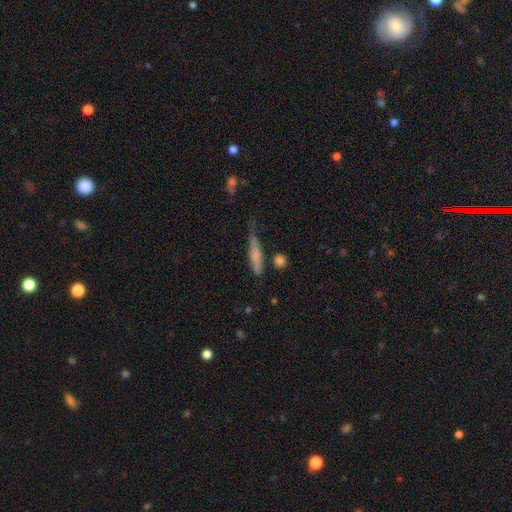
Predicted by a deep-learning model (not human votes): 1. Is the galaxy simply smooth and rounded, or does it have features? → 63% smooth, 29% featured or disk, 7% star or artifact.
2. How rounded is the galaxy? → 87% cigar-shaped, 11% in between, 3% round.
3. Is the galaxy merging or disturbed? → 56% none, 28% minor disturbance, 9% major disturbance, 6% merger.